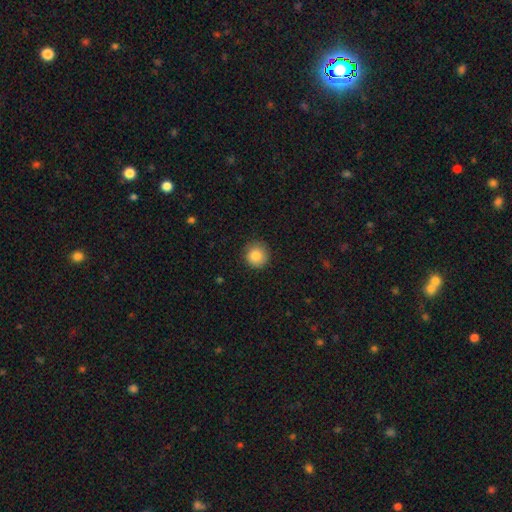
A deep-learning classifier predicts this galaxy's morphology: Overall: smooth (85%). How rounded: round (93%). Merging: none (86%).